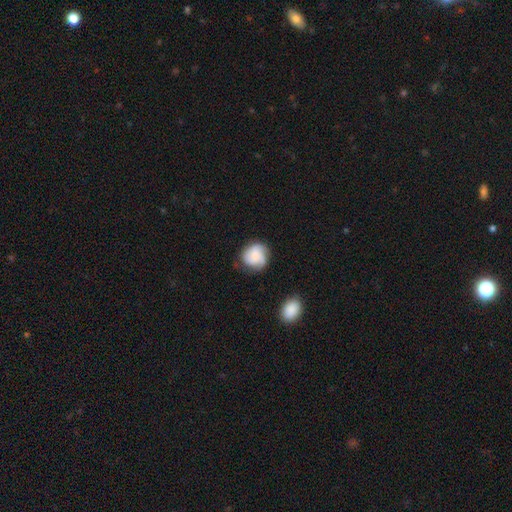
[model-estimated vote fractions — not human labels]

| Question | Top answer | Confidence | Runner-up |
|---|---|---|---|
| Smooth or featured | smooth | 50% | featured or disk (42%) |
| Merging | none | 70% | minor disturbance (20%) |